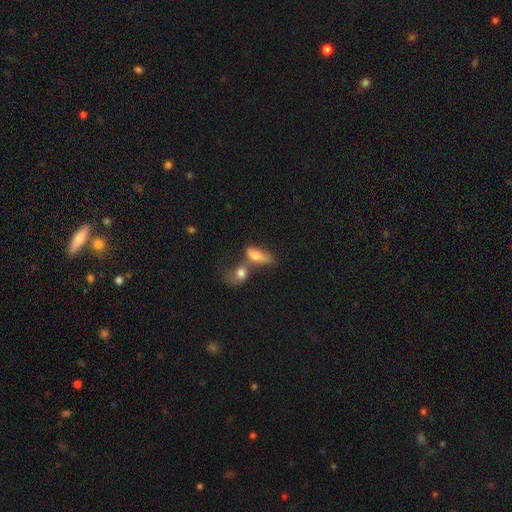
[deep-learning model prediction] Smooth or featured: smooth — 75% (featured or disk — 16%)
How rounded: in between — 79% (cigar-shaped — 15%)
Merging: merger — 57% (none — 21%)